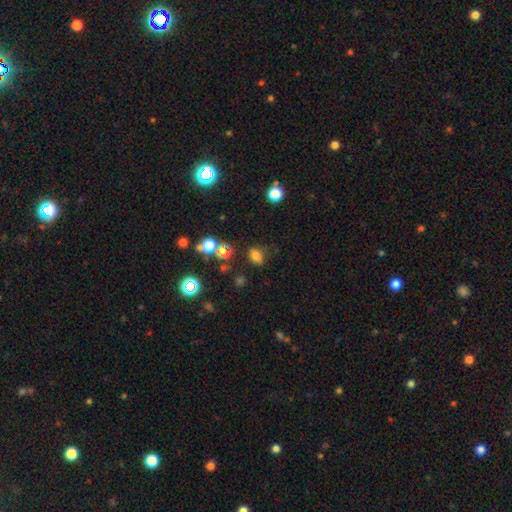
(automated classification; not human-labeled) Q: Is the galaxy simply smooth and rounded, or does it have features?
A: smooth — 73%.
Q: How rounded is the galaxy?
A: in between — 69%.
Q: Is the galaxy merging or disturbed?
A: none — 74%.